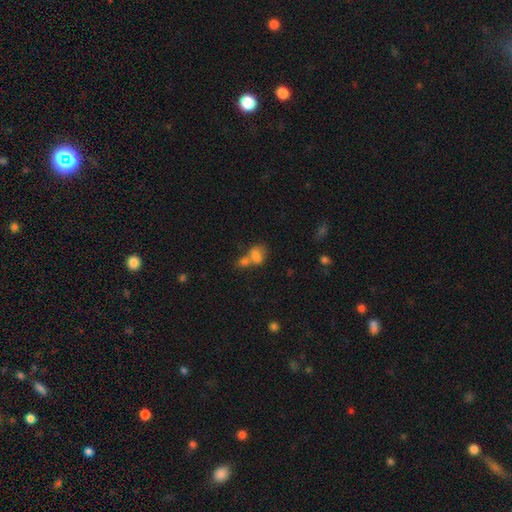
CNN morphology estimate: smooth_or_featured: smooth (p=0.76) [alt: featured or disk p=0.13]
how_rounded: in between (p=0.76) [alt: round p=0.22]
merging: merger (p=0.62) [alt: none p=0.23]